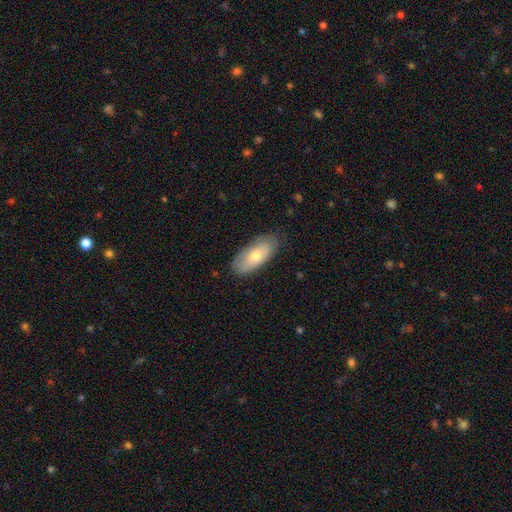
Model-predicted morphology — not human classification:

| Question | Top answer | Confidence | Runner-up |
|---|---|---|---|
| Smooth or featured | smooth | 65% | featured or disk (29%) |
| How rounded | in between | 86% | cigar-shaped (11%) |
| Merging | none | 79% | minor disturbance (17%) |